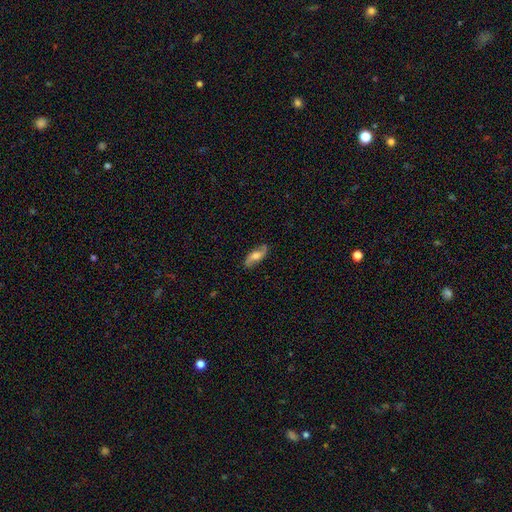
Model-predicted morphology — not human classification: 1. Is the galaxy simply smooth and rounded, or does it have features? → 61% featured or disk, 33% smooth, 7% star or artifact.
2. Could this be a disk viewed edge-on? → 85% no, 15% yes.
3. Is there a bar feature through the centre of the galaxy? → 57% no, 33% weak, 10% strong.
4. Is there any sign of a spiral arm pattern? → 90% yes, 10% no.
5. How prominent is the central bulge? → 56% moderate, 22% large, 15% small, 5% none, 2% dominant.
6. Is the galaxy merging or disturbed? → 83% none, 13% minor disturbance, 3% major disturbance, 1% merger.